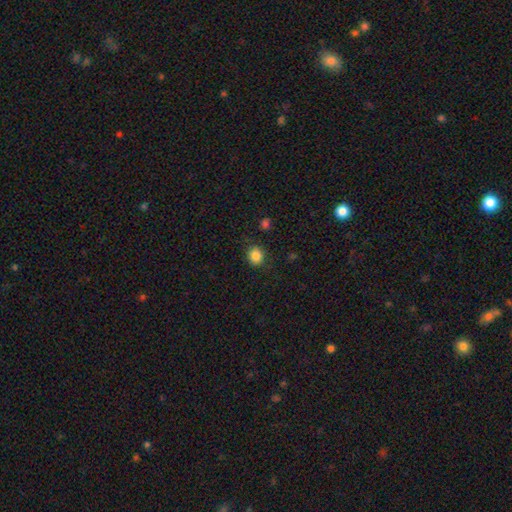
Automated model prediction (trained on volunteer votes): smooth-or-featured: smooth: 85% | star or artifact: 10% | featured or disk: 4%
  how-rounded: round: 79% | in between: 20% | cigar-shaped: 1%
  merging: none: 86% | minor disturbance: 9% | major disturbance: 3% | merger: 2%